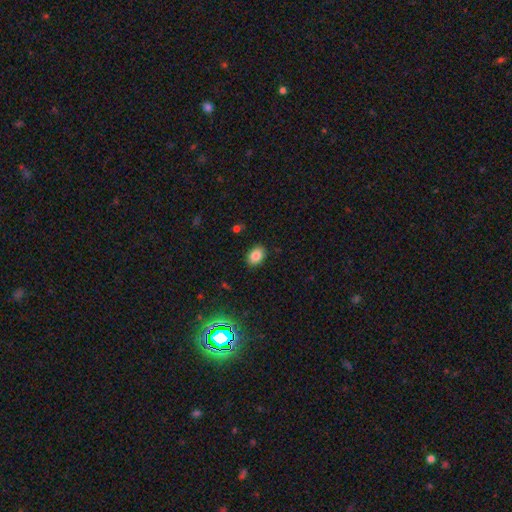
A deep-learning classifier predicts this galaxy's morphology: Overall: smooth (84%). How rounded: in between (76%). Merging: none (88%).